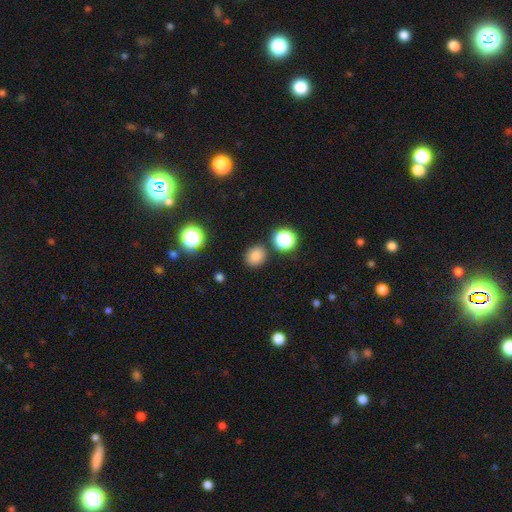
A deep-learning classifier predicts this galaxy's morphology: Overall: smooth (80%). How rounded: round (64%; in between 35%). Merging: none (85%).